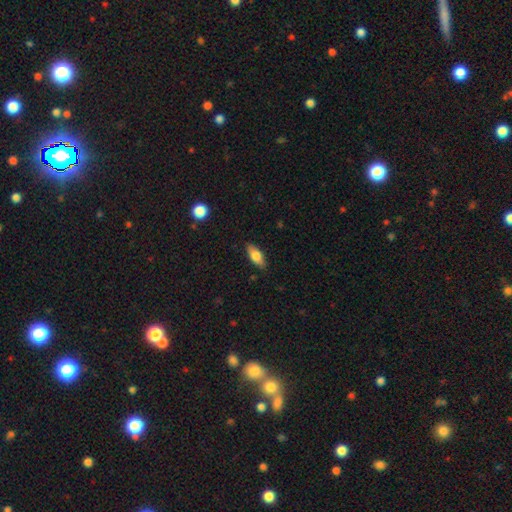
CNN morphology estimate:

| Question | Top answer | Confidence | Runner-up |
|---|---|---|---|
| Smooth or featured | smooth | 75% | featured or disk (18%) |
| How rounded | in between | 81% | cigar-shaped (16%) |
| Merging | none | 85% | minor disturbance (11%) |